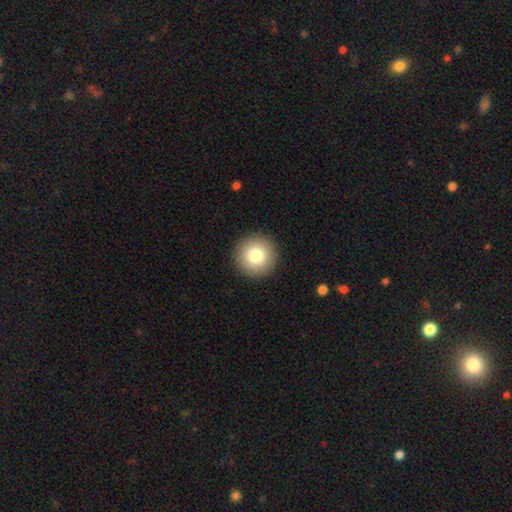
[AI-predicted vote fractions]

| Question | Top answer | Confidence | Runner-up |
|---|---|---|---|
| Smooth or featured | smooth | 79% | featured or disk (11%) |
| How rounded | round | 96% | in between (3%) |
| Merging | none | 93% | minor disturbance (5%) |